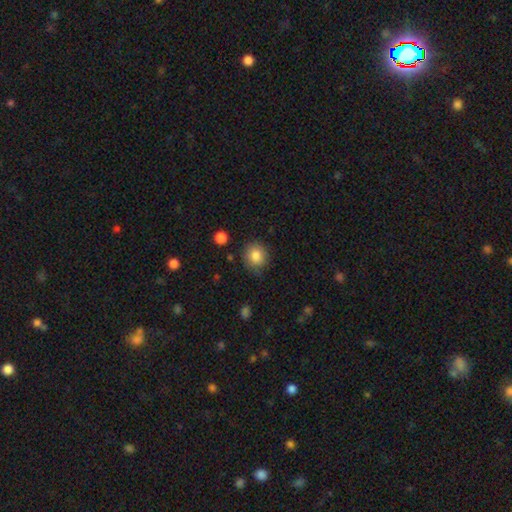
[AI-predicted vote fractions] Smooth or featured? smooth (84%)
How rounded? round (85%)
Merging? none (80%)